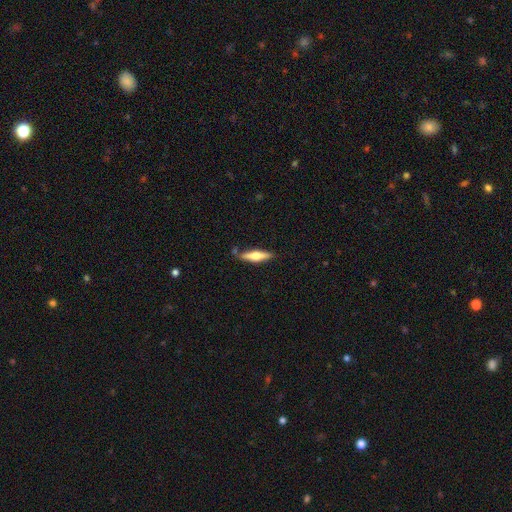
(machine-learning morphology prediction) Smooth or featured? Predicted: featured or disk (p=0.50). Merging? Predicted: none (p=0.78).